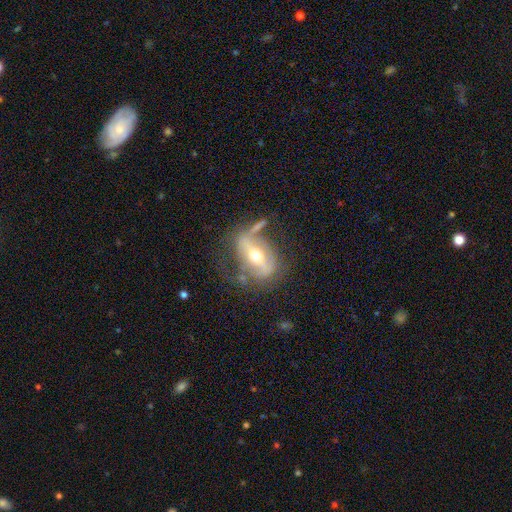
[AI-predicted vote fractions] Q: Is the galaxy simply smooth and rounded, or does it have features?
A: featured or disk — 75%.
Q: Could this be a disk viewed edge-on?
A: no — 85%.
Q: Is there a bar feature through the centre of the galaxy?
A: strong — 56%.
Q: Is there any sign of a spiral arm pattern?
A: yes — 61%.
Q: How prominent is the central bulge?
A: moderate — 65%.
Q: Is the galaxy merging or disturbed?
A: none — 50%.